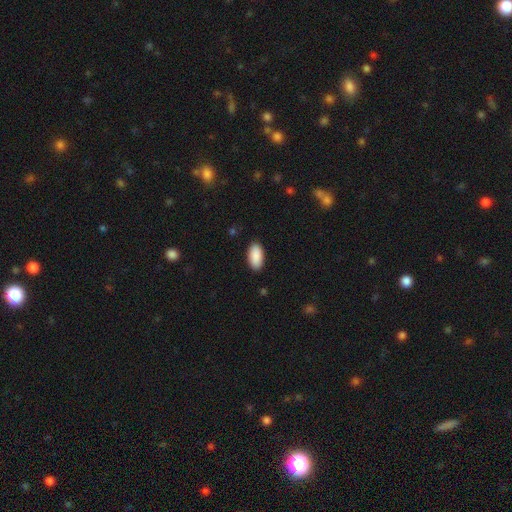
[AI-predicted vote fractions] Smooth or featured: smooth — 91% (star or artifact — 6%)
How rounded: in between — 94% (cigar-shaped — 4%)
Merging: none — 89% (minor disturbance — 8%)